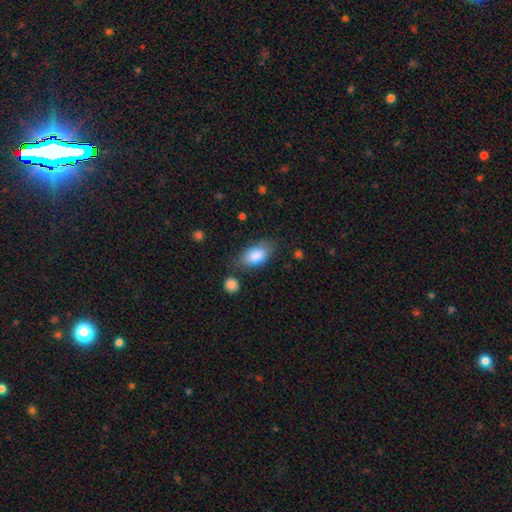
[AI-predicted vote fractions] smooth_or_featured: smooth (p=0.85) [alt: featured or disk p=0.09]
how_rounded: in between (p=0.92) [alt: round p=0.05]
merging: none (p=0.69) [alt: minor disturbance p=0.20]